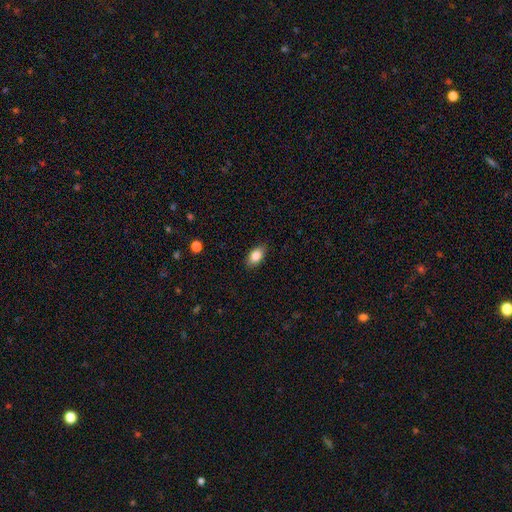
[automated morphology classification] Smooth or featured: smooth — 85% (featured or disk — 8%)
How rounded: in between — 91% (round — 6%)
Merging: none — 87% (minor disturbance — 10%)